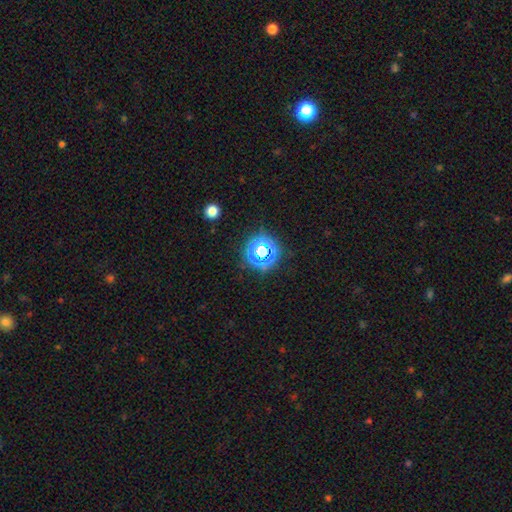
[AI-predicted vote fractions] smooth_or_featured: smooth (p=0.50) [alt: star or artifact p=0.45]
merging: none (p=0.91) [alt: minor disturbance p=0.05]